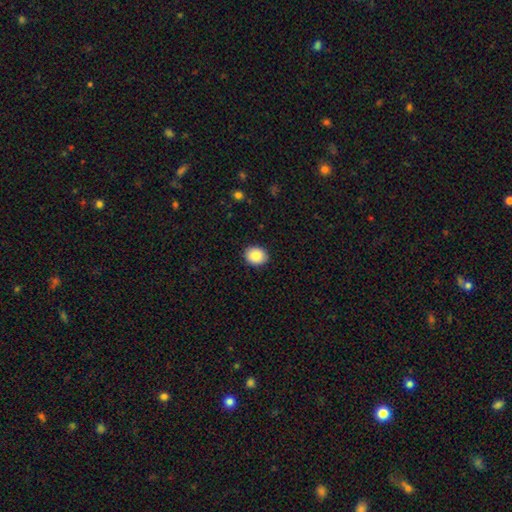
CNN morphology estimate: Q: Smooth or featured?
A: smooth (88%); runner-up: star or artifact (8%)
Q: How rounded?
A: round (56%); runner-up: in between (43%)
Q: Merging?
A: none (90%); runner-up: minor disturbance (7%)